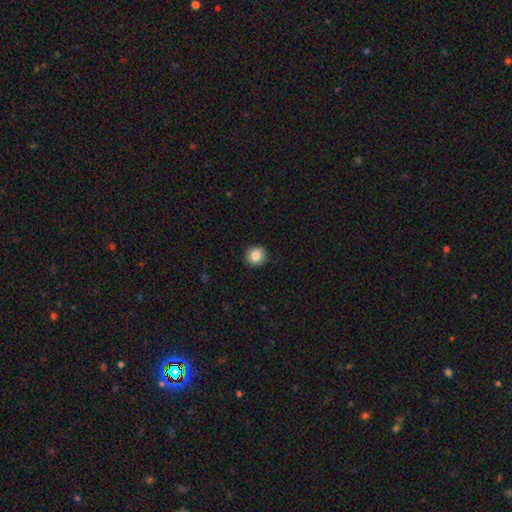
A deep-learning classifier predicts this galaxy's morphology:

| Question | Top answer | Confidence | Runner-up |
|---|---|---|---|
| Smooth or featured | smooth | 84% | star or artifact (9%) |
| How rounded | round | 93% | in between (6%) |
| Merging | none | 93% | minor disturbance (5%) |